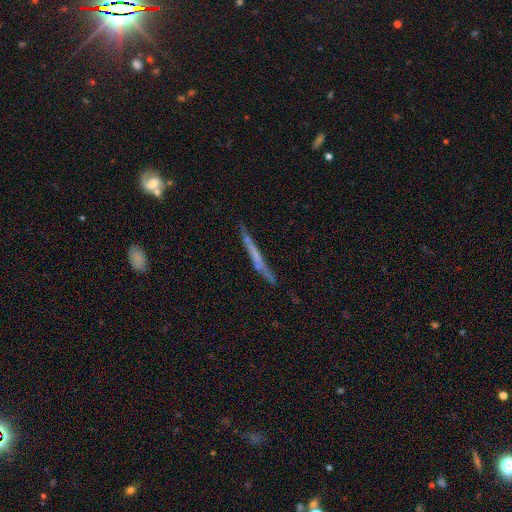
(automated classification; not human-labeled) Morphology: type=featured or disk (53%); edge-on=yes (93%); merging=none (79%).